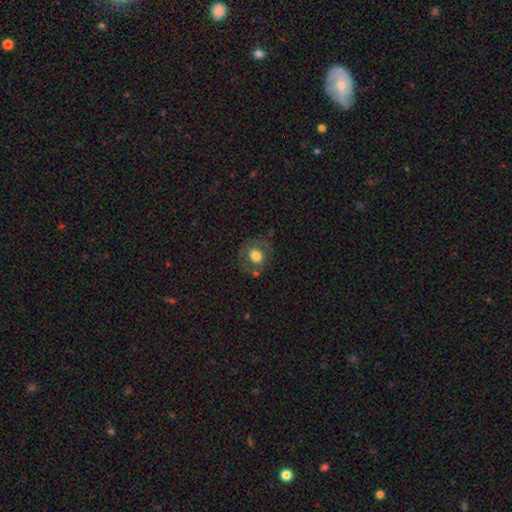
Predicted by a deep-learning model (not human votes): Smooth or featured?
  - smooth: 61% *
  - featured or disk: 30%
  - star or artifact: 9%
How rounded?
  - round: 75% *
  - in between: 24%
  - cigar-shaped: 1%
Merging?
  - none: 71% *
  - minor disturbance: 16%
  - major disturbance: 8%
  - merger: 5%